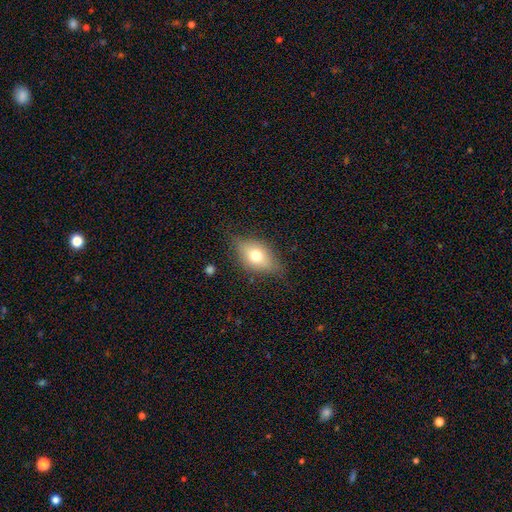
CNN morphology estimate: Q: Smooth or featured?
A: smooth (62%); runner-up: featured or disk (29%)
Q: How rounded?
A: in between (77%); runner-up: round (17%)
Q: Merging?
A: none (72%); runner-up: minor disturbance (20%)